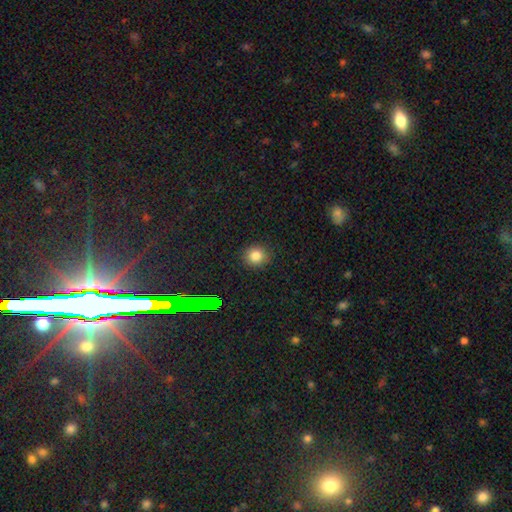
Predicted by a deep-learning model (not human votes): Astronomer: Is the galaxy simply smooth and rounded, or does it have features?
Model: smooth — 81%.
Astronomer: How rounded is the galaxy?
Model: round — 88%.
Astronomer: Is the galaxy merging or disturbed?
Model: none — 89%.